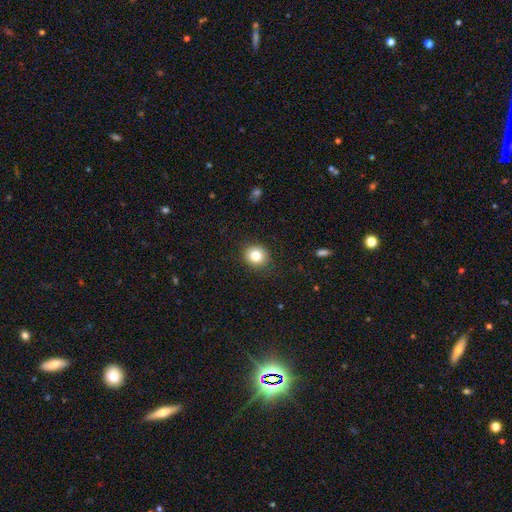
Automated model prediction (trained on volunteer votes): A smooth galaxy with no disk features (83%) that is round (80%). Merging: none (87%).